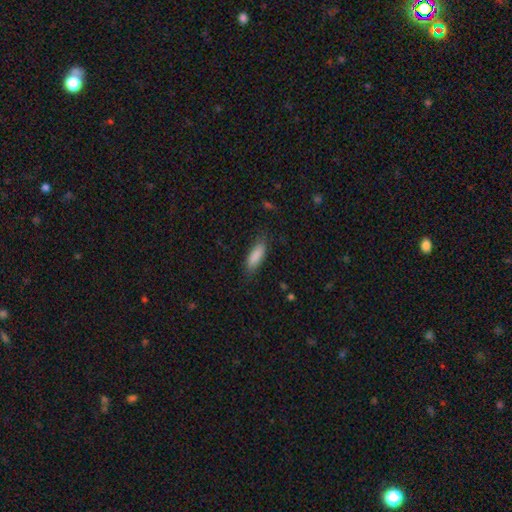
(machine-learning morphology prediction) Smooth or featured? Predicted: smooth (p=0.87). How rounded? Predicted: in between (p=0.64). Merging? Predicted: none (p=0.79).